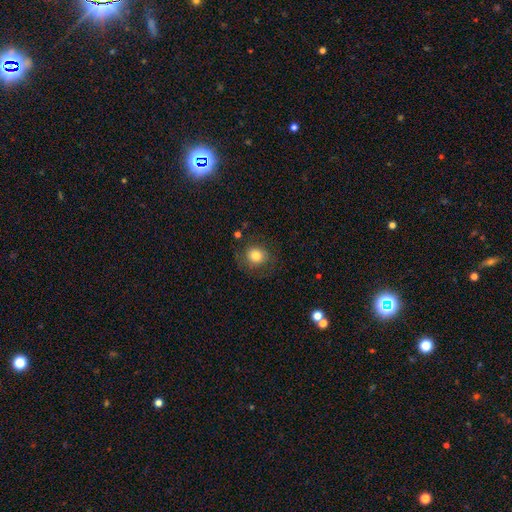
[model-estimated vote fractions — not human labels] Q: Smooth or featured?
A: smooth (79%); runner-up: featured or disk (11%)
Q: How rounded?
A: round (81%); runner-up: in between (18%)
Q: Merging?
A: none (76%); runner-up: minor disturbance (15%)